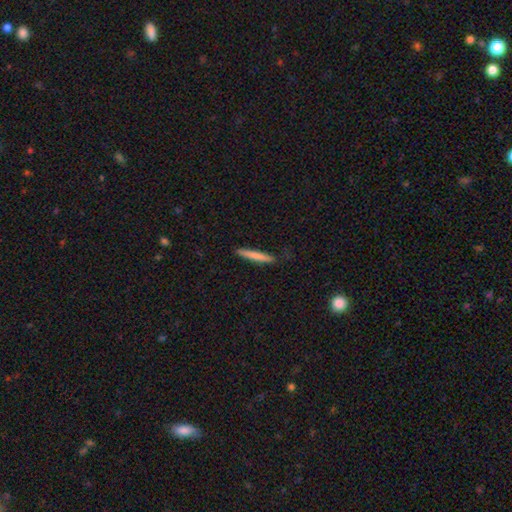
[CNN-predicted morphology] Smooth or featured: smooth — 77% (featured or disk — 17%)
How rounded: cigar-shaped — 95% (in between — 4%)
Merging: none — 86% (minor disturbance — 11%)